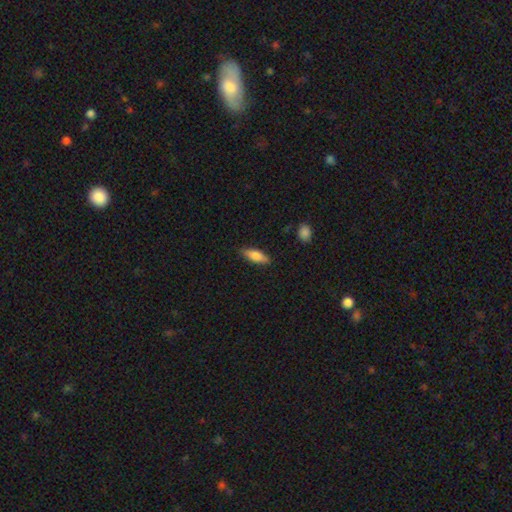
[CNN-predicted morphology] type=smooth (77%); roundness=in between (58%); merging=none (85%).